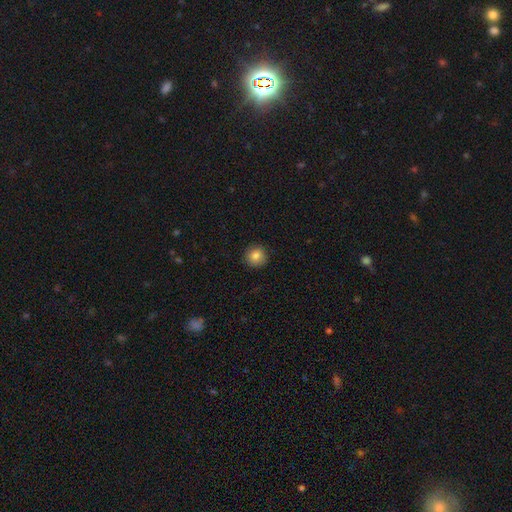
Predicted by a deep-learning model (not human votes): Smooth or featured? Predicted: smooth (p=0.84). How rounded? Predicted: round (p=0.93). Merging? Predicted: none (p=0.90).